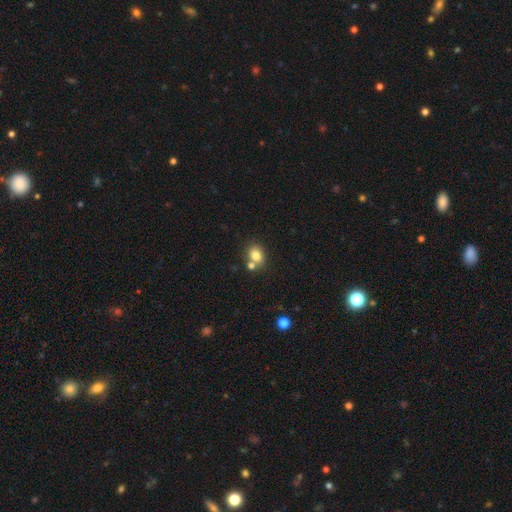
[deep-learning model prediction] This appears to be a smooth galaxy with no disk features (79%) that is round (51%). Merging: none (63%).